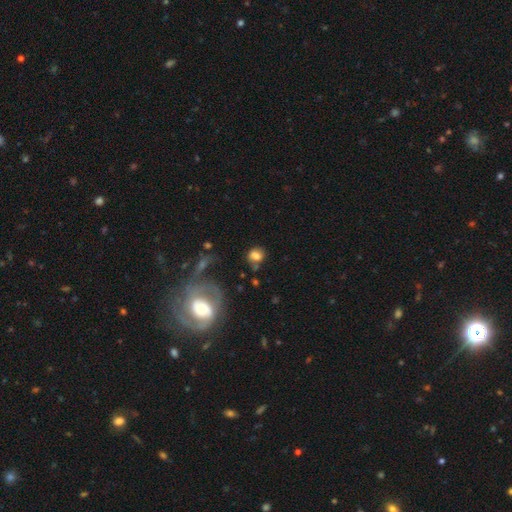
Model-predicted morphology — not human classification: Overall: smooth (75%). How rounded: round (63%; in between 35%). Merging: none (59%; minor disturbance 19%).